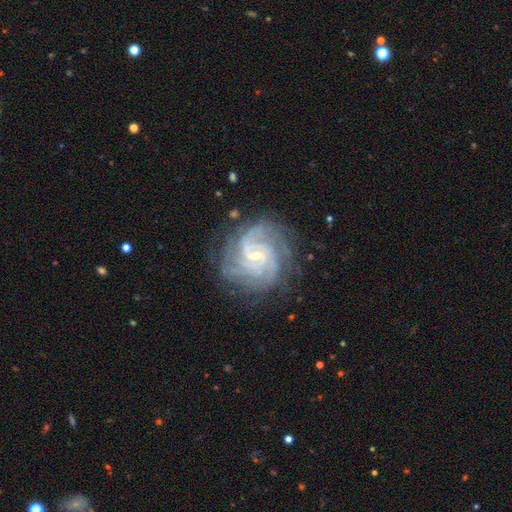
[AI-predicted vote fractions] featured or disk 89%, star or artifact 6%, smooth 5%. Down the decision tree: edge-on disk — no (98%); bar — weak (49%); spiral arms — yes (98%); spiral arm count — 4 (27%); spiral winding — tight (70%); bulge size — small (77%); merging — none (79%).